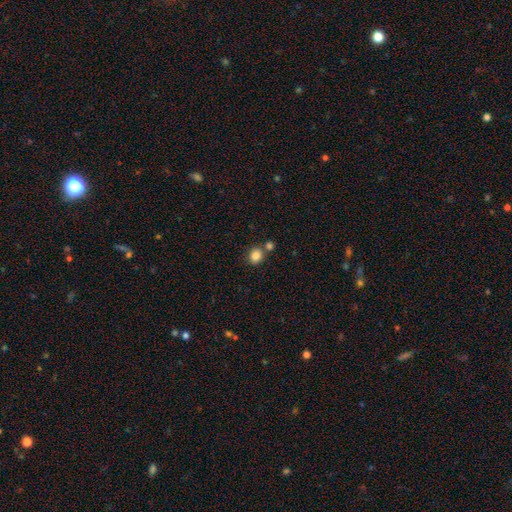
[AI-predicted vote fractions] Smooth or featured? Predicted: smooth (p=0.85). How rounded? Predicted: round (p=0.61). Merging? Predicted: none (p=0.64).